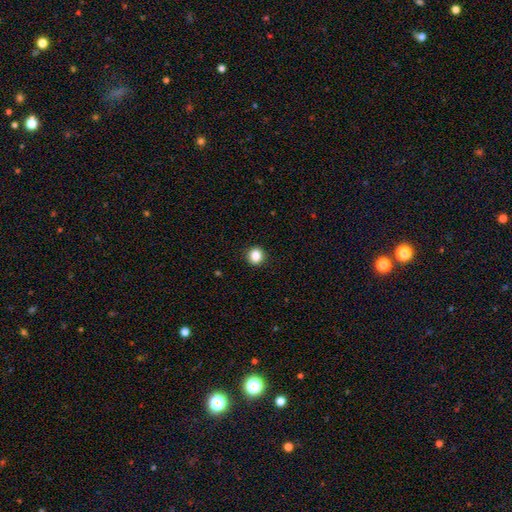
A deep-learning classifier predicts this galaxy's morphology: smooth-or-featured: smooth: 87% | star or artifact: 10% | featured or disk: 3%
  how-rounded: round: 82% | in between: 17% | cigar-shaped: 1%
  merging: none: 91% | minor disturbance: 6% | major disturbance: 2% | merger: 1%